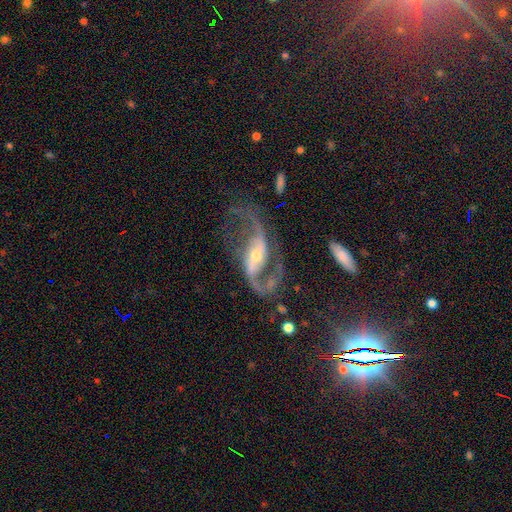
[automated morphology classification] Smooth or featured?
  - featured or disk: 91% *
  - star or artifact: 5%
  - smooth: 4%
Edge-on disk?
  - no: 96% *
  - yes: 4%
Bar?
  - strong: 37% *
  - weak: 36%
  - no: 27%
Spiral arms?
  - yes: 96% *
  - no: 4%
Spiral winding?
  - loose: 58% *
  - medium: 34%
  - tight: 7%
Spiral arm count?
  - 2: 92% *
  - 1: 3%
  - can't tell: 2%
  - 3: 1%
  - 4: 1%
  - more than 4: 1%
Bulge size?
  - small: 51% *
  - moderate: 42%
  - large: 4%
  - none: 2%
  - dominant: 1%
Merging?
  - none: 59% *
  - major disturbance: 21%
  - minor disturbance: 16%
  - merger: 4%